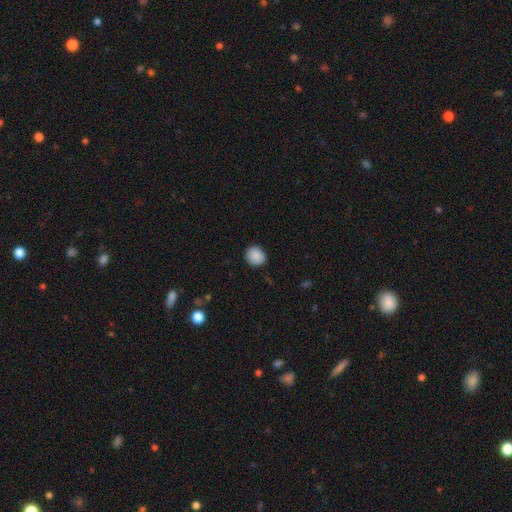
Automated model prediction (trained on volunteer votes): A smooth galaxy with no disk features (89%) that is round (83%). Merging: none (88%).